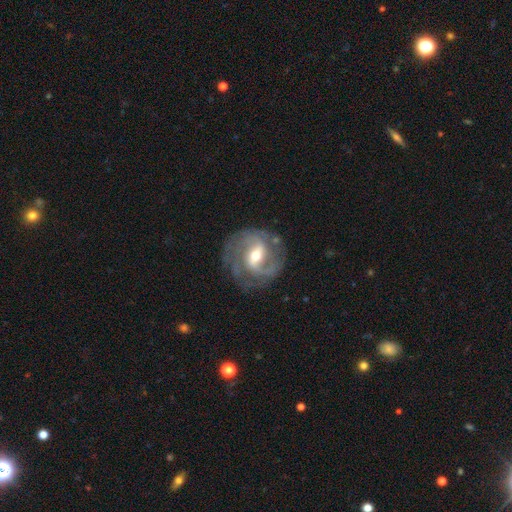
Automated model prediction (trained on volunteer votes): Morphology: type=featured or disk (86%); edge-on=no (97%); bar=weak (47%); spiral arms=yes (94%); winding=medium (46%); arm count=2 (60%); bulge=moderate (63%); merging=none (73%).